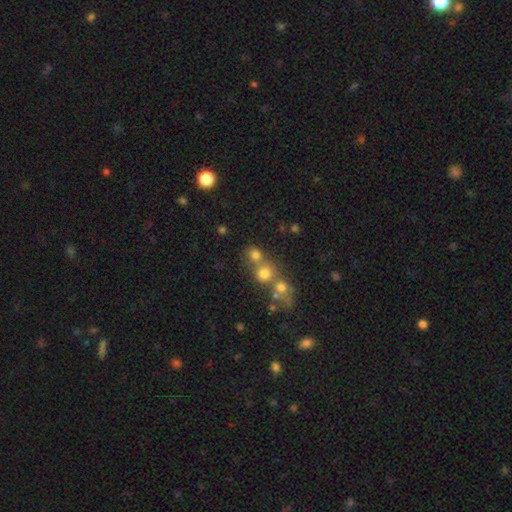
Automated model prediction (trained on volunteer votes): Q: Smooth or featured?
A: smooth (71%); runner-up: star or artifact (17%)
Q: How rounded?
A: round (82%); runner-up: in between (17%)
Q: Merging?
A: merger (45%); runner-up: none (44%)